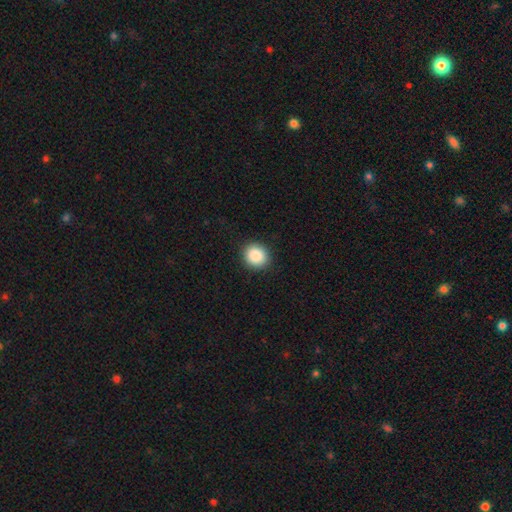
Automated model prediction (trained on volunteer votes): Smooth or featured? smooth (88%)
How rounded? round (84%)
Merging? none (91%)